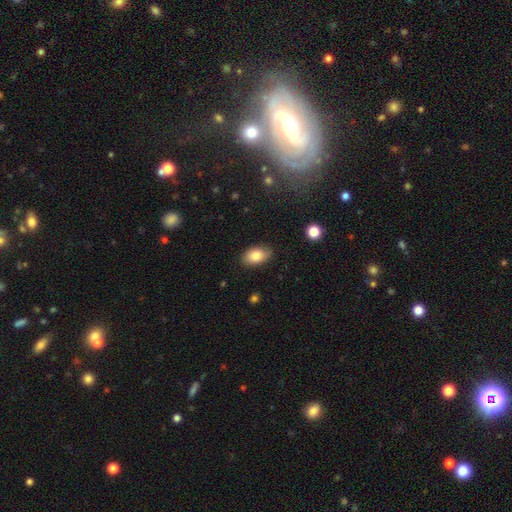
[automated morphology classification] Q: Smooth or featured?
A: smooth (82%); runner-up: featured or disk (10%)
Q: How rounded?
A: in between (91%); runner-up: round (8%)
Q: Merging?
A: none (82%); runner-up: minor disturbance (14%)